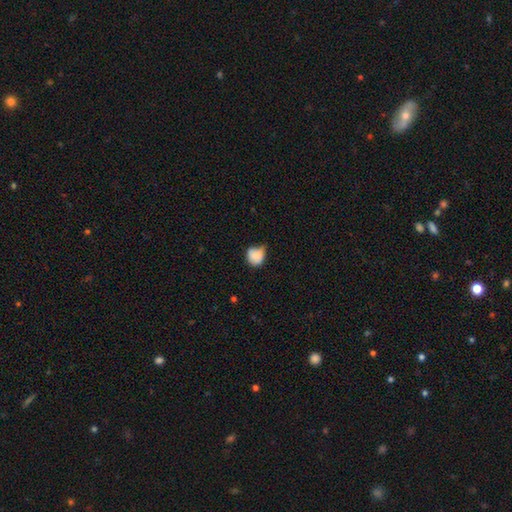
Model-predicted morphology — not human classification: Smooth or featured?
  - smooth: 82% *
  - featured or disk: 9%
  - star or artifact: 9%
How rounded?
  - round: 72% *
  - in between: 27%
  - cigar-shaped: 1%
Merging?
  - minor disturbance: 46% *
  - none: 37%
  - major disturbance: 12%
  - merger: 5%